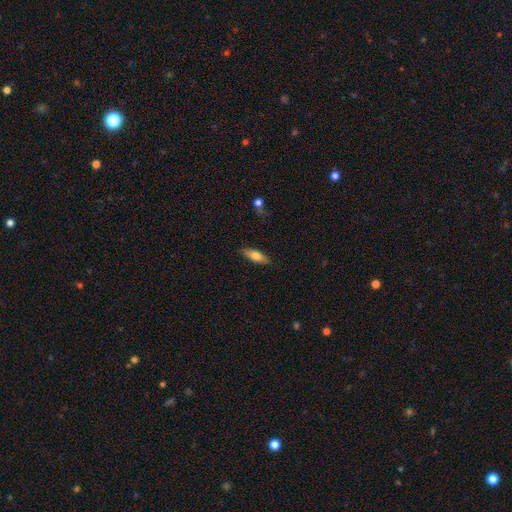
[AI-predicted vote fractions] This appears to be a smooth galaxy with no disk features (69%) that is in between round and cigar-shaped (58%). Merging: none (85%).